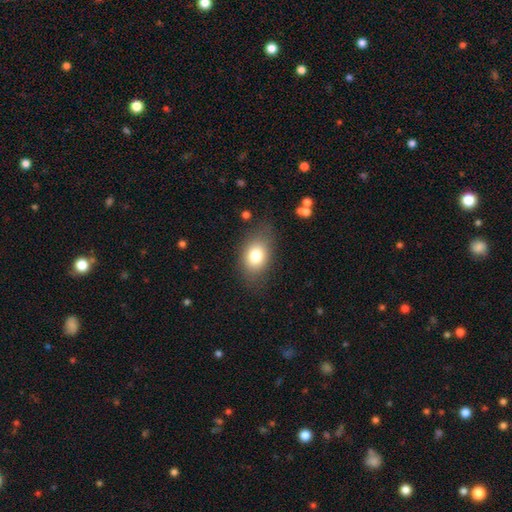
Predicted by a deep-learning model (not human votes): smooth_or_featured: smooth (p=0.78) [alt: featured or disk p=0.13]
how_rounded: in between (p=0.77) [alt: round p=0.22]
merging: none (p=0.75) [alt: minor disturbance p=0.17]